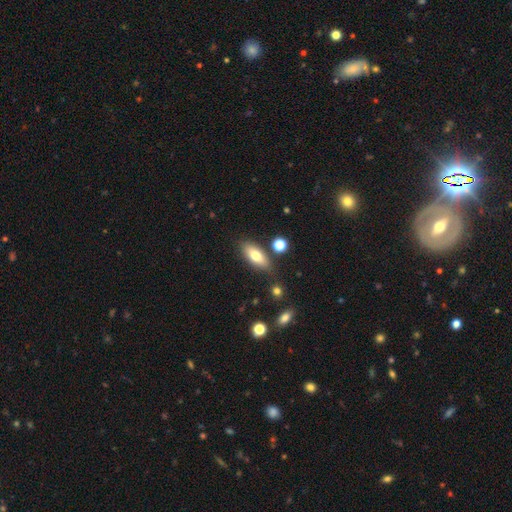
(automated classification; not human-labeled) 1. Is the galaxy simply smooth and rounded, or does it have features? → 72% smooth, 21% featured or disk, 7% star or artifact.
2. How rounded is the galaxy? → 77% in between, 20% cigar-shaped, 3% round.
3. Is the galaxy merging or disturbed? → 79% none, 13% minor disturbance, 6% merger, 3% major disturbance.